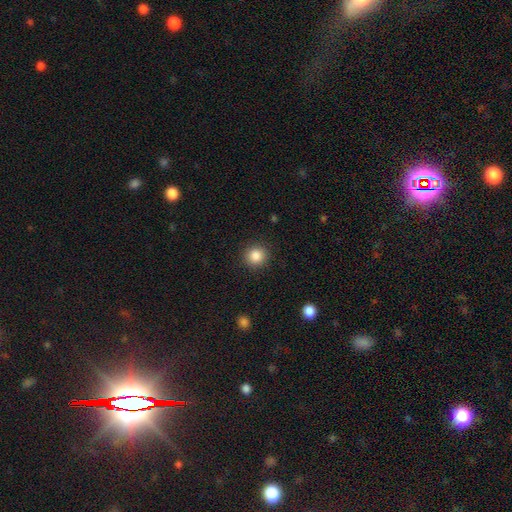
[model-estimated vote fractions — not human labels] Smooth or featured?
  - smooth: 86% *
  - star or artifact: 10%
  - featured or disk: 4%
How rounded?
  - round: 92% *
  - in between: 8%
  - cigar-shaped: 1%
Merging?
  - none: 90% *
  - minor disturbance: 6%
  - major disturbance: 2%
  - merger: 1%